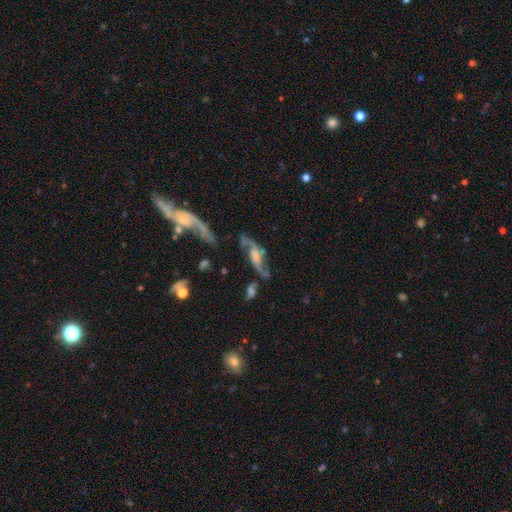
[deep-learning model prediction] smooth-or-featured: featured or disk: 81% | smooth: 12% | star or artifact: 7%
  disk-edge-on: no: 89% | yes: 11%
    bar: no: 42% (tied) | weak: 42% (tied) | strong: 16%
    has-spiral-arms: yes: 94% | no: 6%
      spiral-winding: loose: 68% | medium: 26% | tight: 6%
      spiral-arm-count: 2: 91% | can't tell: 3% | 1: 3% | 3: 1% | 4: 1% | more than 4: 1%
    bulge-size: none: 31% | moderate: 25% | large: 21% | small: 20% | dominant: 3%
  merging: none: 56% | minor disturbance: 20% | major disturbance: 15% | merger: 9%